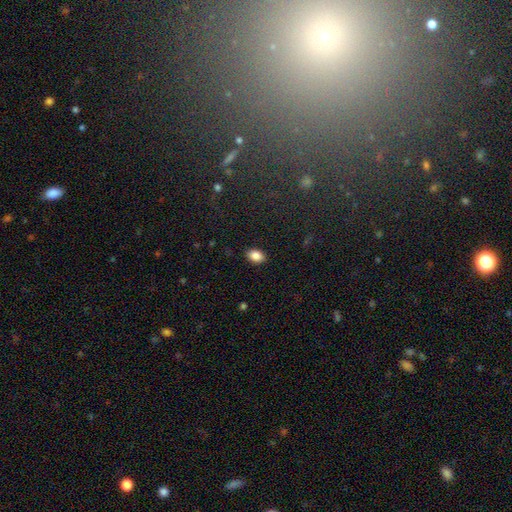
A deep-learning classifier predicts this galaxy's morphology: The model was most divided on "how rounded": in between: 81%, round: 18%, cigar-shaped: 1%. More confident: merging — none (89%); smooth or featured — smooth (87%).